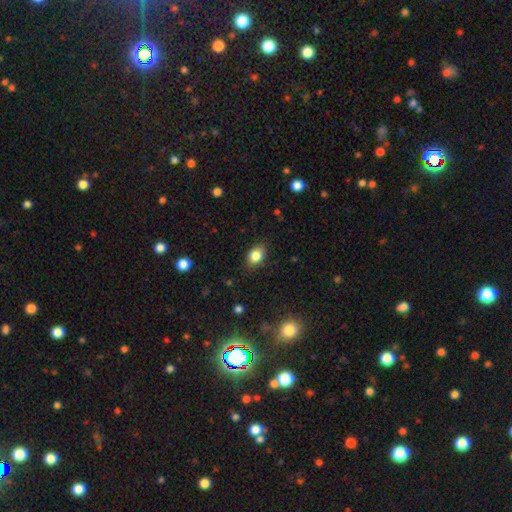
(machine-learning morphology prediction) Overall: smooth (84%). How rounded: in between (79%). Merging: none (83%).